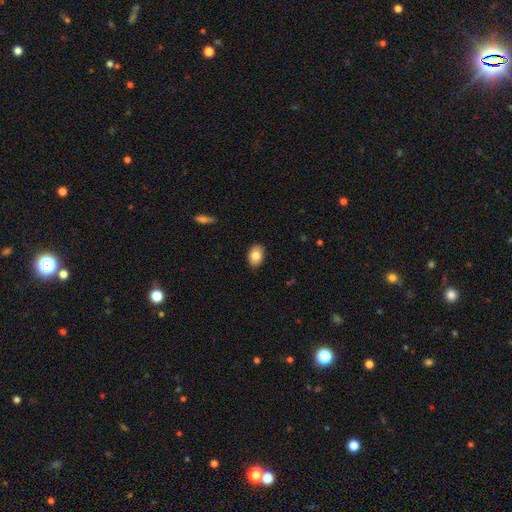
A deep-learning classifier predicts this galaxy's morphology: The model was most divided on "how rounded": in between: 81%, round: 18%, cigar-shaped: 1%. More confident: merging — none (88%); smooth or featured — smooth (83%).